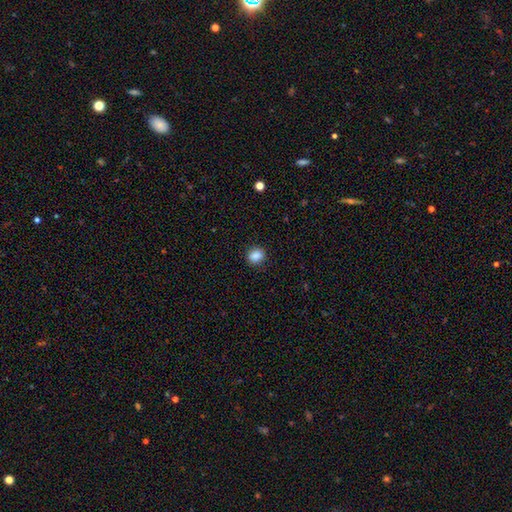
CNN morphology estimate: smooth 87%, star or artifact 10%, featured or disk 3%. Down the decision tree: how rounded — round (66%); merging — none (89%).